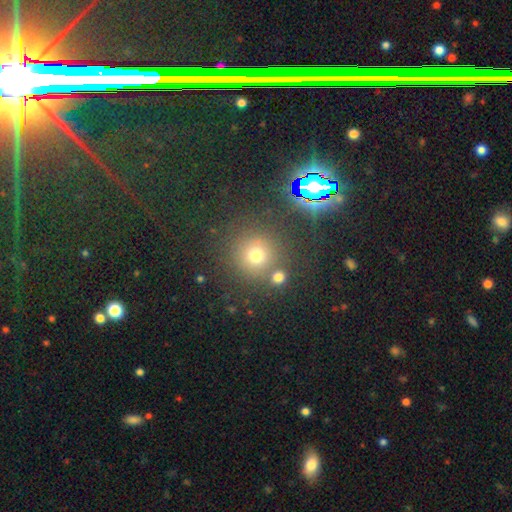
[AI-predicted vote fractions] Smooth or featured? Predicted: smooth (p=0.64). How rounded? Predicted: round (p=0.94). Merging? Predicted: none (p=0.79).